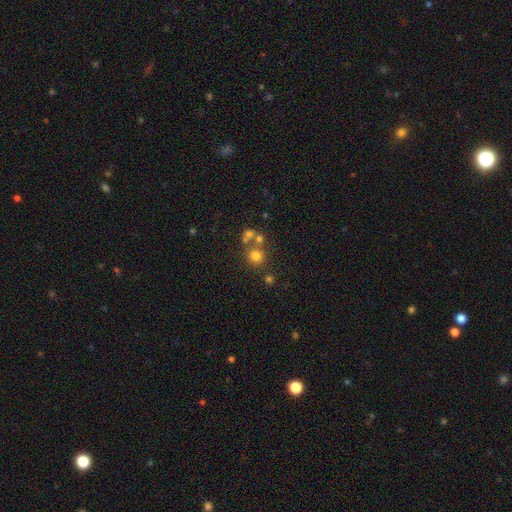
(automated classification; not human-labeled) smooth 70%, star or artifact 18%, featured or disk 12%. Down the decision tree: how rounded — round (86%); merging — none (61%).